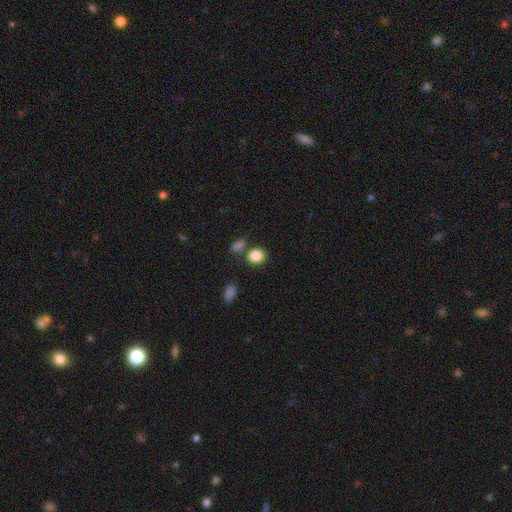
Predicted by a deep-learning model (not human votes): A smooth galaxy with no disk features (86%) that is round (63%). Merging: none (70%).